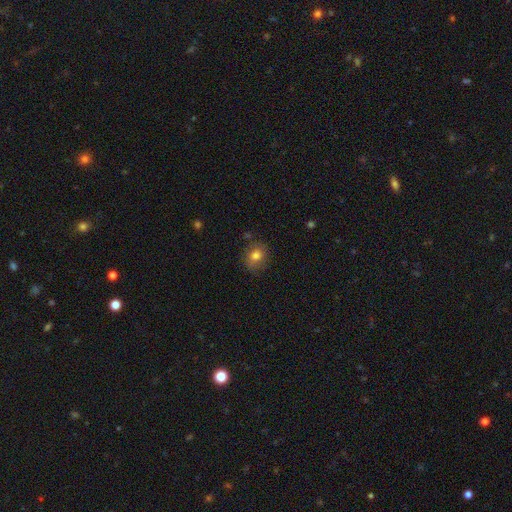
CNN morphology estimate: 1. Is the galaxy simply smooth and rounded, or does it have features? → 75% smooth, 14% featured or disk, 10% star or artifact.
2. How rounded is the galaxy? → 66% round, 33% in between, 1% cigar-shaped.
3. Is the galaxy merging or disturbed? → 78% none, 16% minor disturbance, 4% major disturbance, 2% merger.